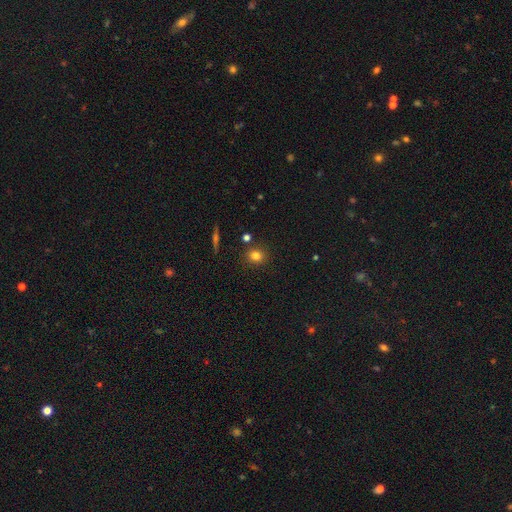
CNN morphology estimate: This appears to be a smooth galaxy with no disk features (78%) that is round (74%). Merging: none (84%).